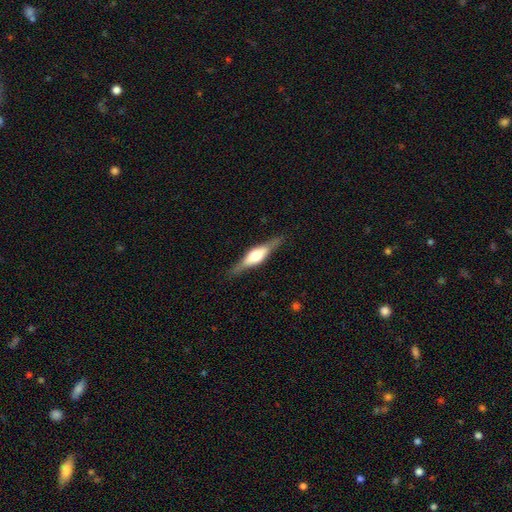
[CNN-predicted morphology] Smooth or featured: featured or disk — 70% (smooth — 25%)
Edge-on disk: yes — 96% (no — 4%)
Edge-on bulge: rounded — 85% (boxy — 13%)
Merging: none — 85% (minor disturbance — 11%)